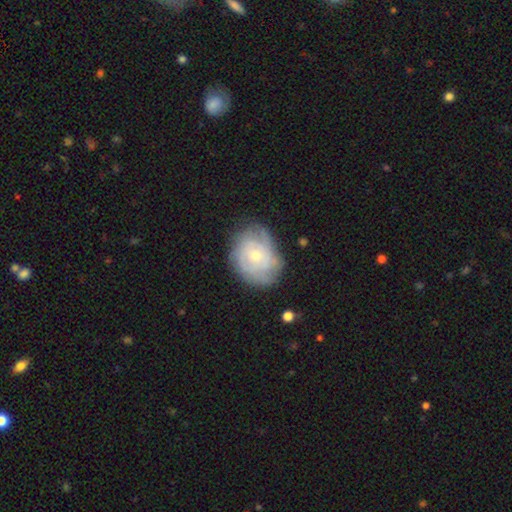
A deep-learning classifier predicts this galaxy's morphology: type=featured or disk (69%); edge-on=no (97%); bar=no (79%); spiral arms=yes (86%); winding=tight (66%); arm count=can't tell (46%); bulge=small (60%); merging=none (70%).